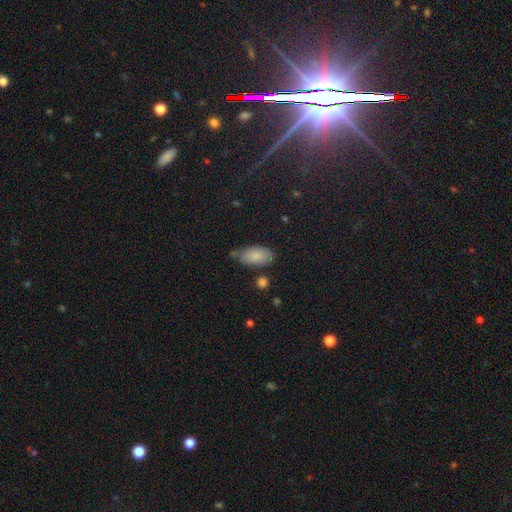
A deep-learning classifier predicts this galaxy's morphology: A smooth galaxy with no disk features (85%) that is in between round and cigar-shaped (93%). Merging: none (64%).